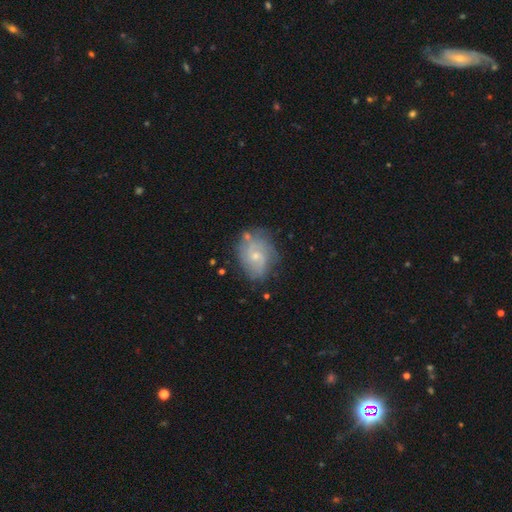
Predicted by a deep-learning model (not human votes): Smooth or featured? featured or disk (64%)
Edge-on disk? no (97%)
Bar? no (70%)
Spiral arms? yes (81%)
Spiral winding? tight (43%)
Spiral arm count? can't tell (41%)
Bulge size? small (64%)
Merging? none (62%)